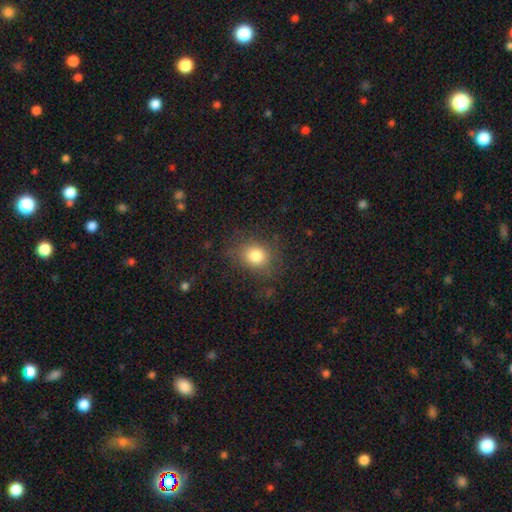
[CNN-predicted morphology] Smooth or featured? smooth (80%)
How rounded? round (69%)
Merging? none (77%)